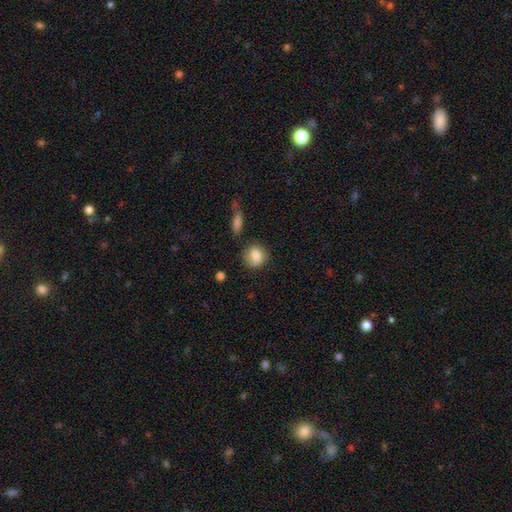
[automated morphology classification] Smooth or featured?
  - smooth: 83% *
  - featured or disk: 9%
  - star or artifact: 8%
How rounded?
  - round: 78% *
  - in between: 21%
  - cigar-shaped: 2%
Merging?
  - none: 71% *
  - minor disturbance: 19%
  - major disturbance: 5%
  - merger: 4%